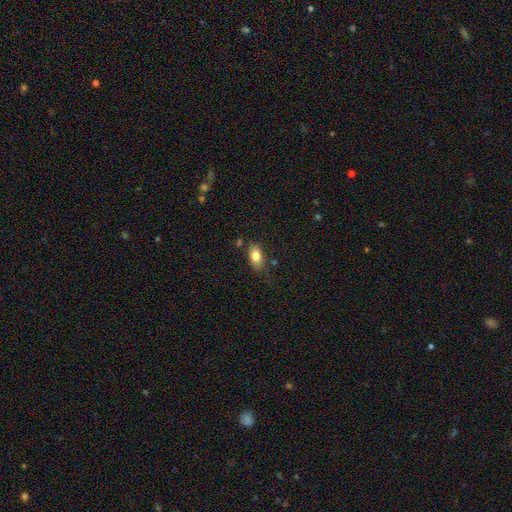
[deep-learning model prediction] smooth-or-featured: smooth: 81% | featured or disk: 11% | star or artifact: 8%
  how-rounded: in between: 89% | round: 6% | cigar-shaped: 5%
  merging: none: 71% | minor disturbance: 19% | merger: 5% | major disturbance: 5%